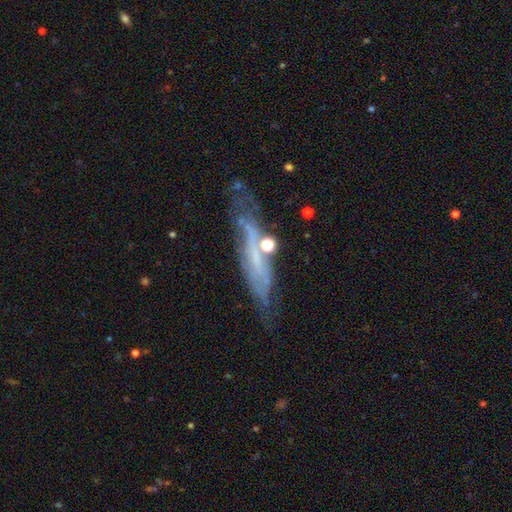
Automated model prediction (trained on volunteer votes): smooth_or_featured: featured or disk (p=0.68) [alt: smooth p=0.21]
disk_edge_on: yes (p=0.53) [alt: no p=0.47]
merging: none (p=0.58) [alt: minor disturbance p=0.23]